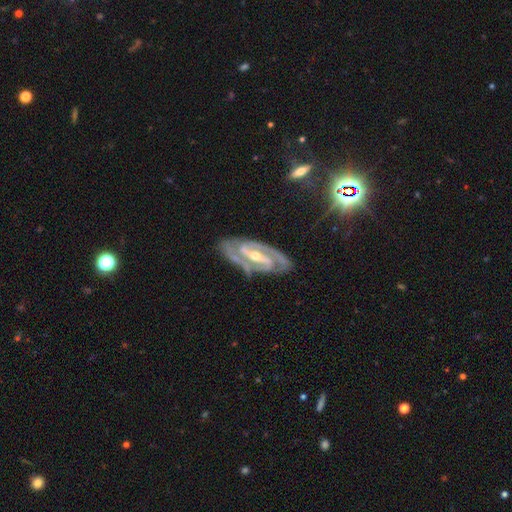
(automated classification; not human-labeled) A featured or disk galaxy (91%) with a strong bar (54%), 2 (86%) tight (50%) spiral arms (98%) and a small central bulge (52%). Merging: none (81%).